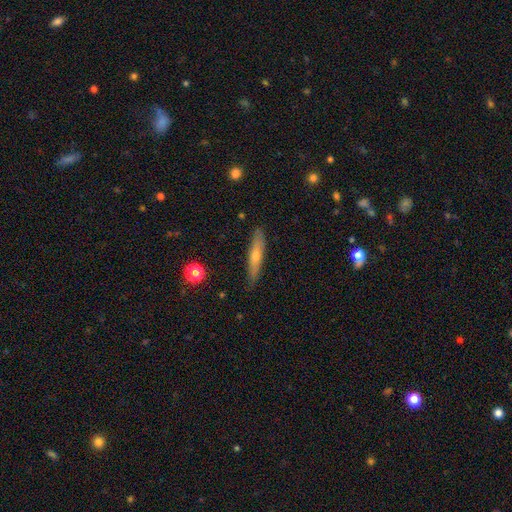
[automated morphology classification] Smooth or featured? smooth (49%)
Merging? none (87%)